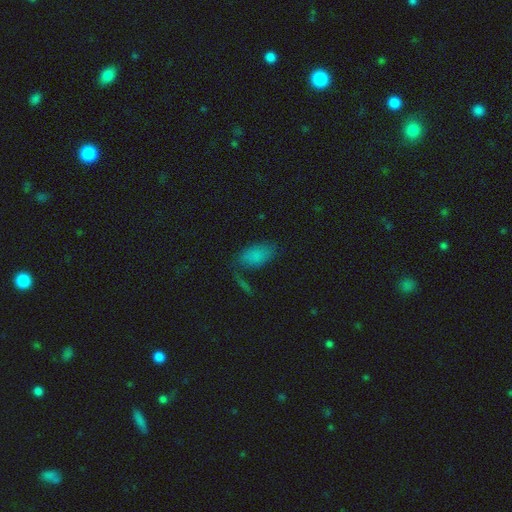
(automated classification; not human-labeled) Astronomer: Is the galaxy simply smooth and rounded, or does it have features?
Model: smooth — 76%.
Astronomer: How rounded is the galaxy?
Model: in between — 92%.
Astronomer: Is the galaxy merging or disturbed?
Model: none — 64%.